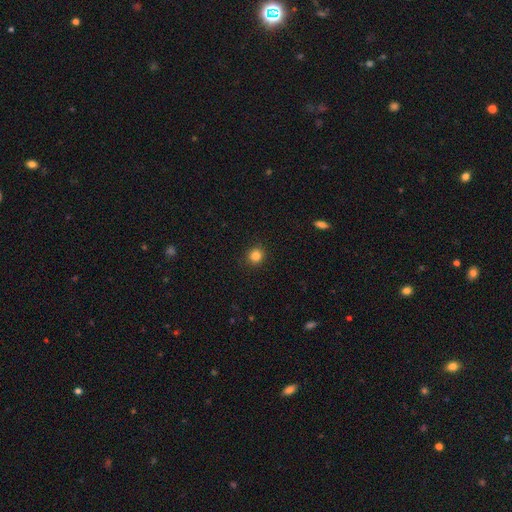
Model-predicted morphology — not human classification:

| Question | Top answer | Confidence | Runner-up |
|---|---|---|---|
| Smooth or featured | smooth | 84% | star or artifact (12%) |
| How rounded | round | 91% | in between (8%) |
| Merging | none | 92% | minor disturbance (5%) |